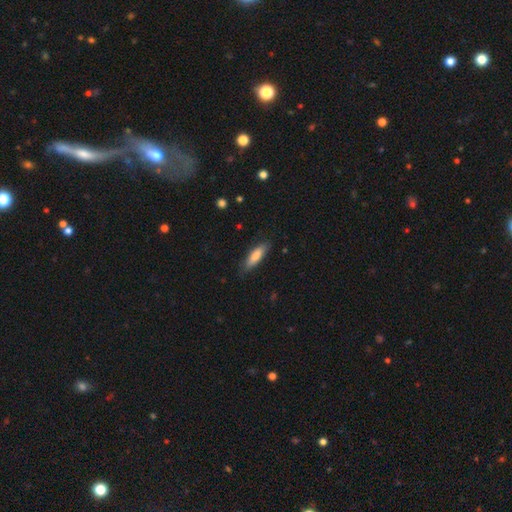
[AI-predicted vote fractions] Smooth or featured? smooth (77%)
How rounded? cigar-shaped (54%)
Merging? none (82%)